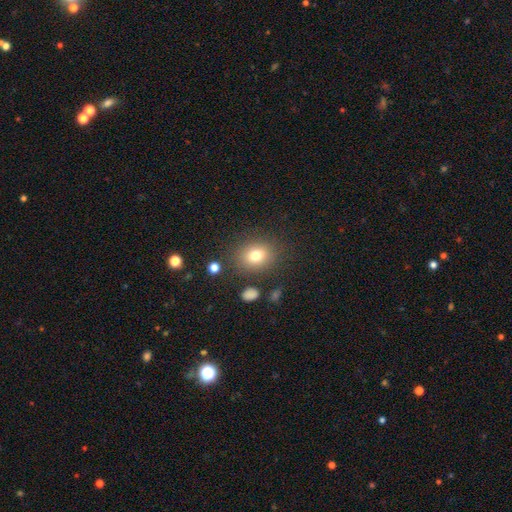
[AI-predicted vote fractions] smooth_or_featured: smooth (p=0.76) [alt: star or artifact p=0.13]
how_rounded: round (p=0.60) [alt: in between p=0.39]
merging: none (p=0.83) [alt: minor disturbance p=0.10]